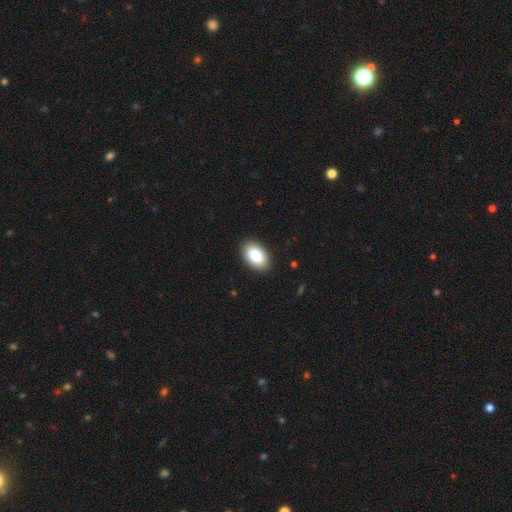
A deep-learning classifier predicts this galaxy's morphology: A smooth galaxy with no disk features (88%) that is in between round and cigar-shaped (93%).

Vote fractions:
- Smooth or featured? smooth: 88% / star or artifact: 6% / featured or disk: 6%
- How rounded? in between: 93% / round: 6% / cigar-shaped: 1%
- Merging? none: 90% / minor disturbance: 7% / major disturbance: 2% / merger: 1%